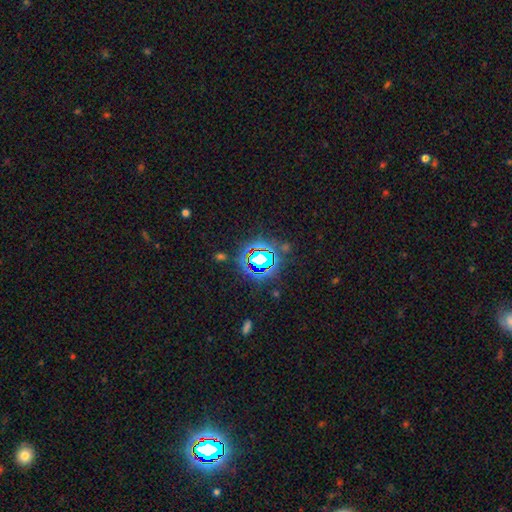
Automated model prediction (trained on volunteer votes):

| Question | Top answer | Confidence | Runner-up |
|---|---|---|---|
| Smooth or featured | star or artifact | 79% | smooth (13%) |